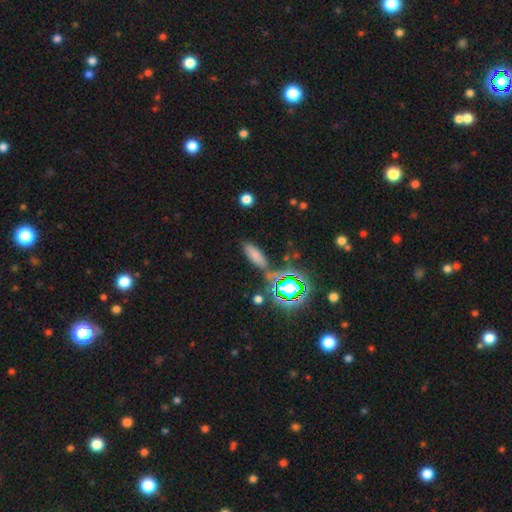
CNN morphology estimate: This appears to be a smooth galaxy with no disk features (71%) that is in between round and cigar-shaped (62%). Merging: none (75%).